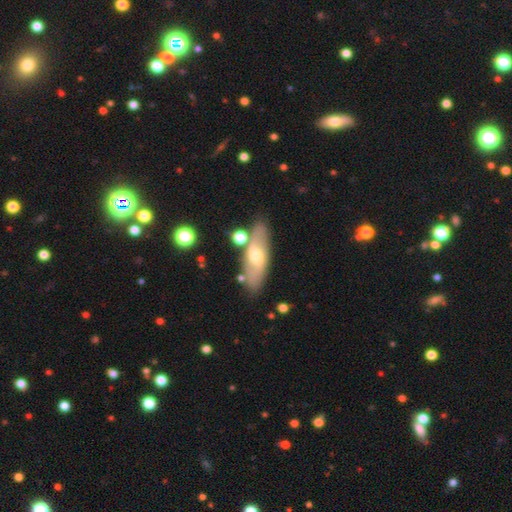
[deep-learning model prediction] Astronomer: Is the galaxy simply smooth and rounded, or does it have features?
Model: smooth — 47% (runner-up: featured or disk, 46%).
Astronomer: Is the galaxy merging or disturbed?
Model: none — 77%.